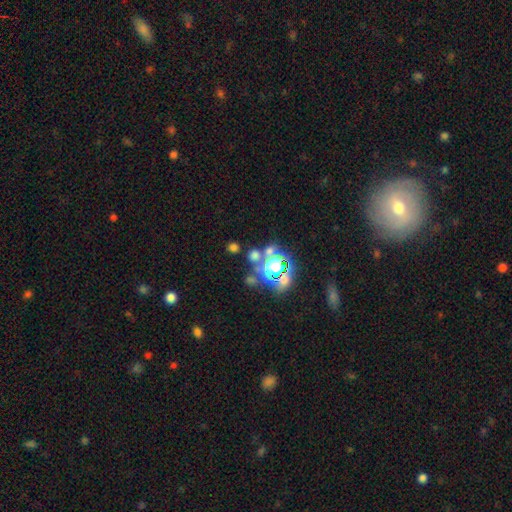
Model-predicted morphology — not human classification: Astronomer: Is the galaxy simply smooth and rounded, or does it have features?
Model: smooth — 54% (runner-up: star or artifact, 36%).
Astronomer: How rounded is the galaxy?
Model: round — 78%.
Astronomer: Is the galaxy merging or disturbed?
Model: none — 59%.